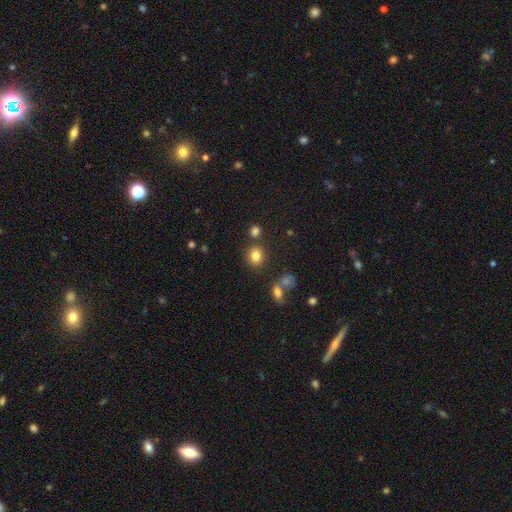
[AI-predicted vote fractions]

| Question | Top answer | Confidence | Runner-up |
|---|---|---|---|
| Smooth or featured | smooth | 82% | star or artifact (12%) |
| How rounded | round | 75% | in between (24%) |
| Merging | none | 76% | merger (10%) |